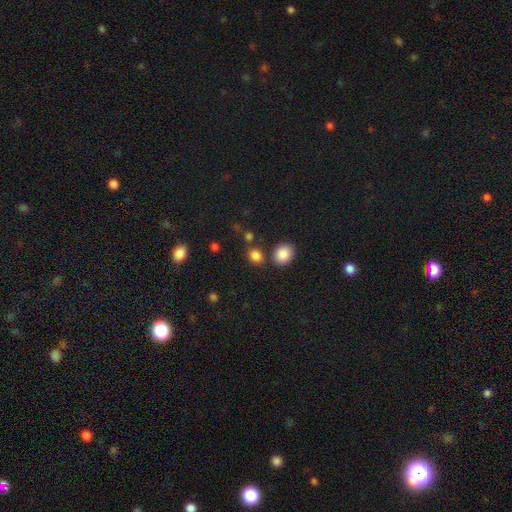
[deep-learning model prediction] A smooth galaxy with no disk features (84%) that is round (63%). Merging: none (74%).